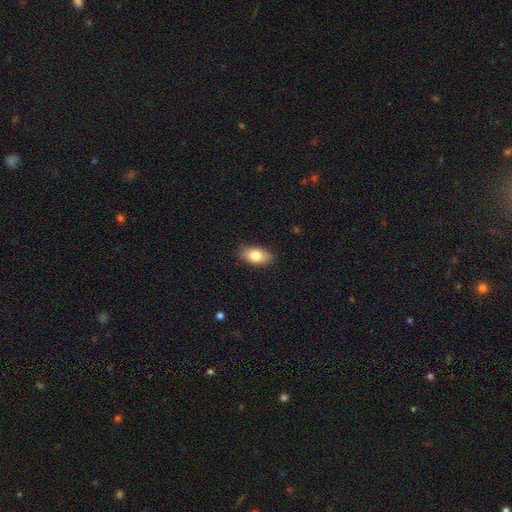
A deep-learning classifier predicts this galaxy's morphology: Overall: smooth (80%). How rounded: in between (90%). Merging: none (86%).